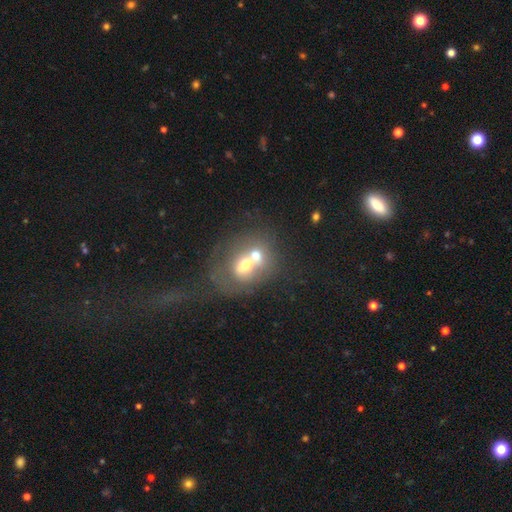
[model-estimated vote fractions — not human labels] This appears to be a smooth galaxy with no disk features (54%) that is round (61%). Merging: merger (71%).